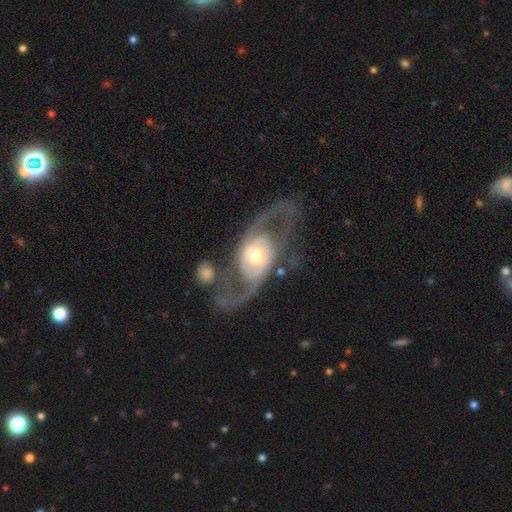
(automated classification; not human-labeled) Q: Smooth or featured?
A: featured or disk (83%); runner-up: smooth (12%)
Q: Edge-on disk?
A: no (93%); runner-up: yes (7%)
Q: Bar?
A: no (67%); runner-up: weak (23%)
Q: Spiral arms?
A: yes (77%); runner-up: no (23%)
Q: Spiral winding?
A: loose (41%); tied with: medium (41%)
Q: Spiral arm count?
A: 2 (86%); runner-up: can't tell (6%)
Q: Bulge size?
A: moderate (67%); runner-up: small (18%)
Q: Merging?
A: none (60%); runner-up: major disturbance (19%)